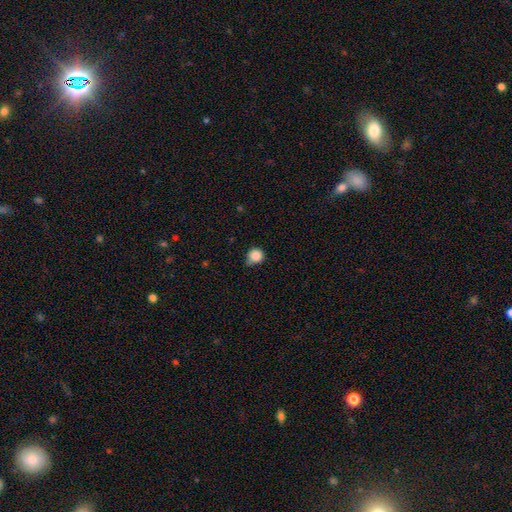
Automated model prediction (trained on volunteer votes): smooth 86%, star or artifact 10%, featured or disk 4%. Down the decision tree: how rounded — round (92%); merging — none (62%).